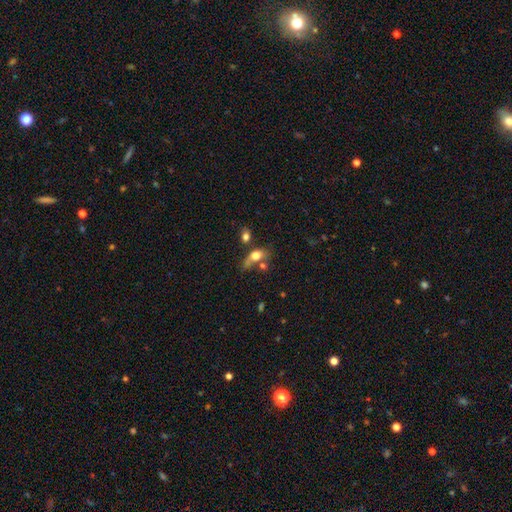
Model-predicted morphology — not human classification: Overall: smooth (71%). How rounded: in between (67%). Merging: merger (35%; none 28%).